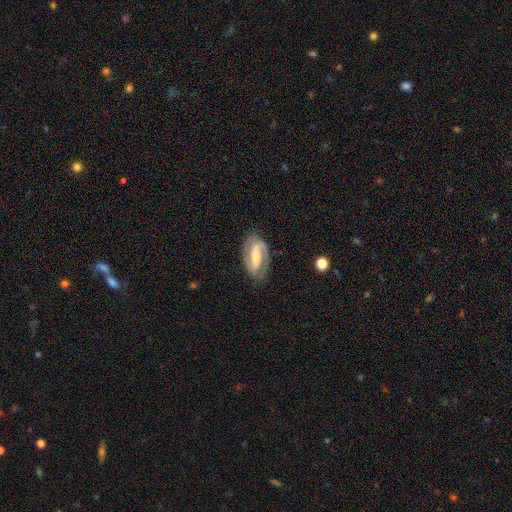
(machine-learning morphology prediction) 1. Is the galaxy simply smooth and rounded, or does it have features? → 82% featured or disk, 13% smooth, 5% star or artifact.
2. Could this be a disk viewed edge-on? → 94% no, 6% yes.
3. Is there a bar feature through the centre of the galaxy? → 59% strong, 29% weak, 12% no.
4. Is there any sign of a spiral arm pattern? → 92% yes, 8% no.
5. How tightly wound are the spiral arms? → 45% medium, 28% tight, 27% loose.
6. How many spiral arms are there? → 87% 2, 5% 1, 5% can't tell, 1% 3, 1% 4, 1% more than 4.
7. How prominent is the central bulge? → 47% moderate, 40% small, 7% large, 4% none, 1% dominant.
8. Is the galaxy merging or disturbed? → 79% none, 15% minor disturbance, 5% major disturbance, 1% merger.